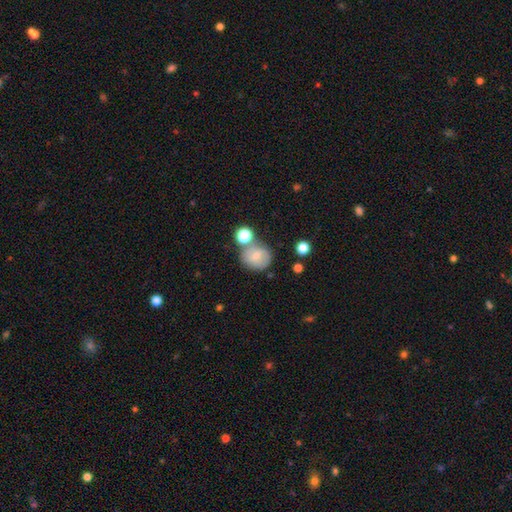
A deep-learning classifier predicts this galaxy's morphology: smooth-or-featured: smooth: 69% | featured or disk: 21% | star or artifact: 10%
  how-rounded: round: 82% | in between: 17% | cigar-shaped: 1%
  merging: none: 53% | merger: 25% | minor disturbance: 16% | major disturbance: 6%